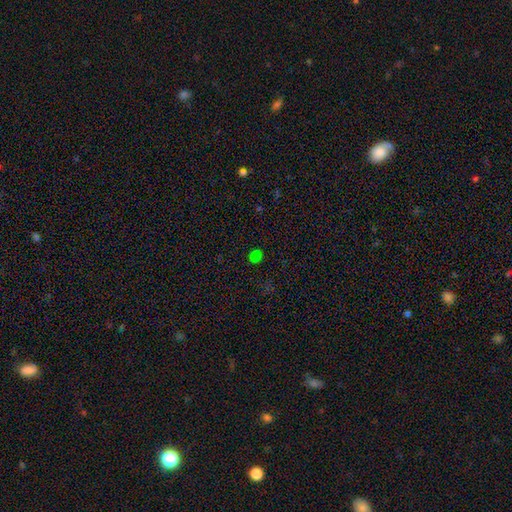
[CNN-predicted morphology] type=smooth (57%); roundness=round (53%); merging=none (74%).